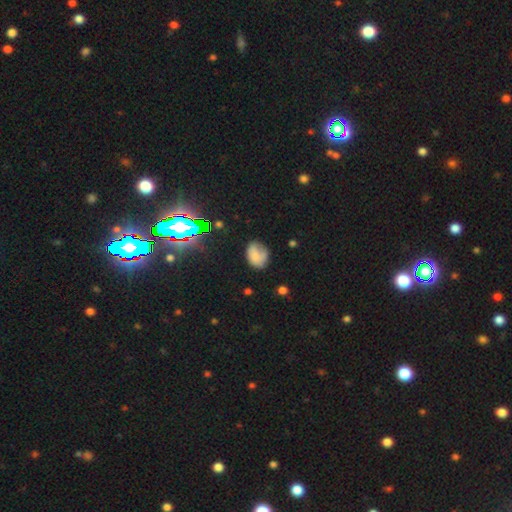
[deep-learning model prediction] This is likely a smooth galaxy (70%). How rounded: likely in between (66%). Merging: possibly none (55%).